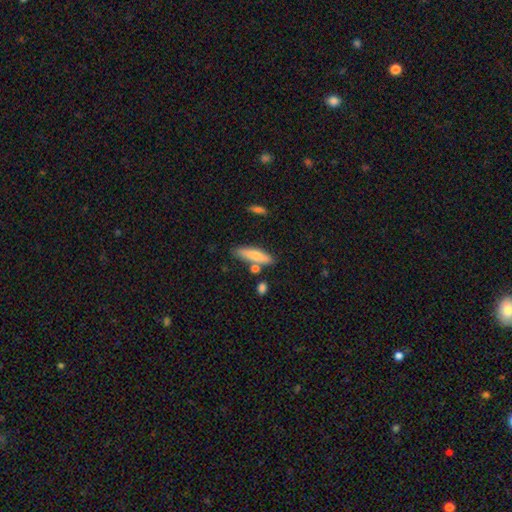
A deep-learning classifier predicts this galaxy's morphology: Smooth or featured? Predicted: smooth (p=0.72). How rounded? Predicted: cigar-shaped (p=0.71). Merging? Predicted: none (p=0.72).